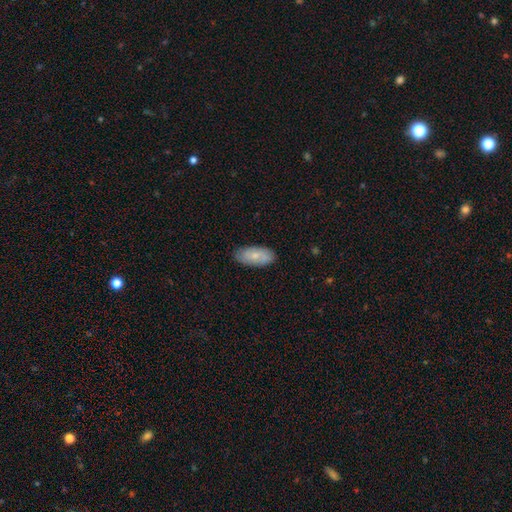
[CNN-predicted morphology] smooth_or_featured: smooth (p=0.64) [alt: featured or disk p=0.29]
how_rounded: in between (p=0.90) [alt: cigar-shaped p=0.08]
merging: none (p=0.82) [alt: minor disturbance p=0.14]